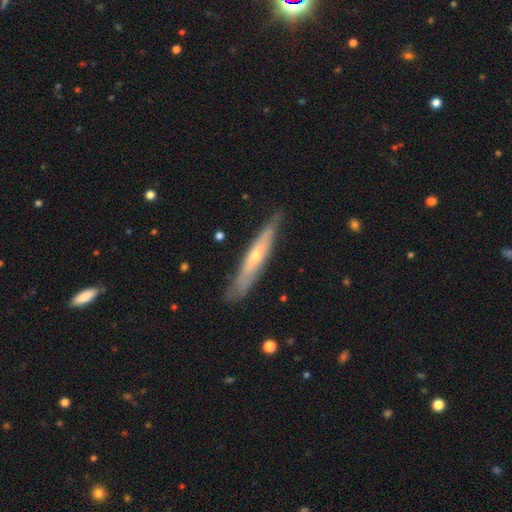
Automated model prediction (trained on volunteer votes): Smooth or featured? featured or disk (59%)
Edge-on disk? yes (78%)
Merging? none (78%)